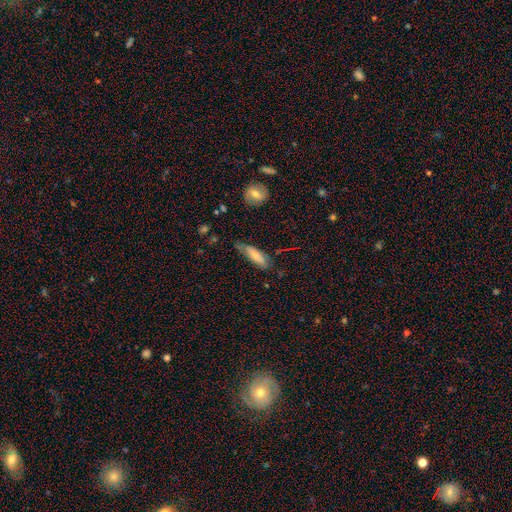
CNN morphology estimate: Smooth or featured? smooth (72%)
How rounded? cigar-shaped (51%)
Merging? none (53%)